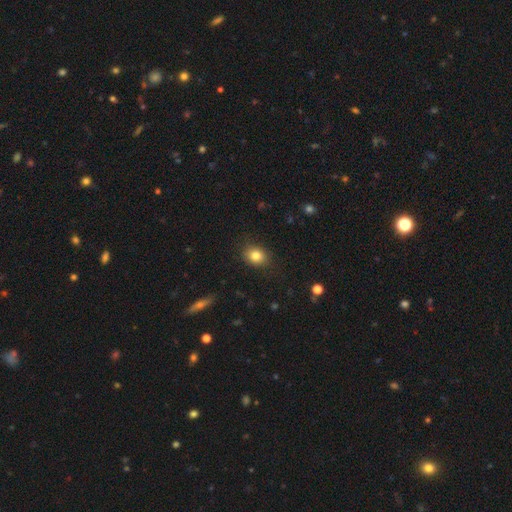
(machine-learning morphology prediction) Smooth or featured?
  - smooth: 83% *
  - star or artifact: 10%
  - featured or disk: 7%
How rounded?
  - round: 54% *
  - in between: 45%
  - cigar-shaped: 1%
Merging?
  - none: 85% *
  - minor disturbance: 11%
  - major disturbance: 3%
  - merger: 1%